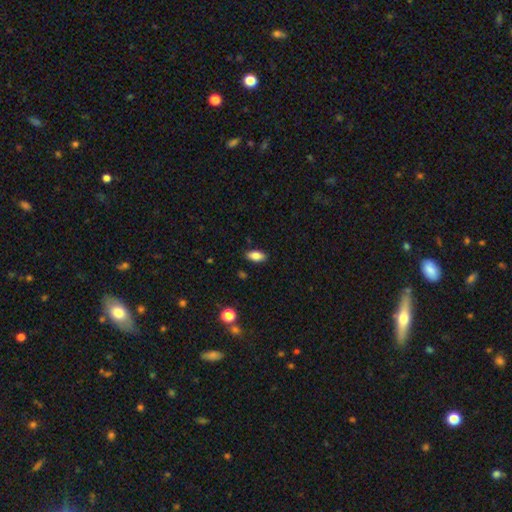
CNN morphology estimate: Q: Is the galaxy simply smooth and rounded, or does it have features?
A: smooth — 84%.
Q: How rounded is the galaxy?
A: in between — 90%.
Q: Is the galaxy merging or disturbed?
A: none — 87%.